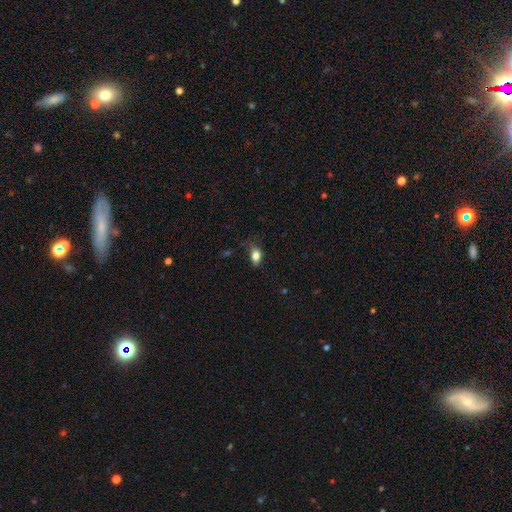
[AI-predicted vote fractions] Morphology: type=smooth (81%); roundness=in between (82%); merging=none (60%).